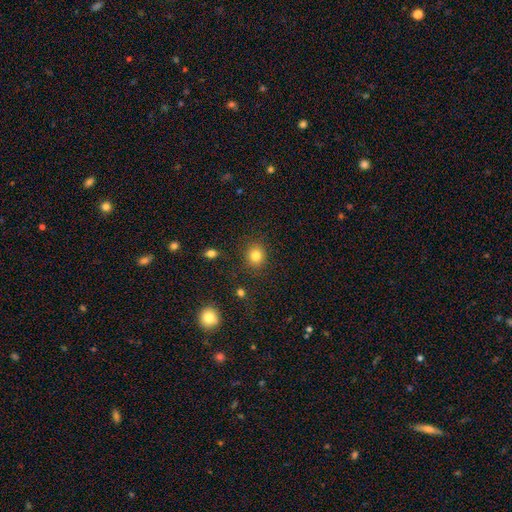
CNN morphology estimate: Overall: smooth (82%). How rounded: round (79%). Merging: none (87%).